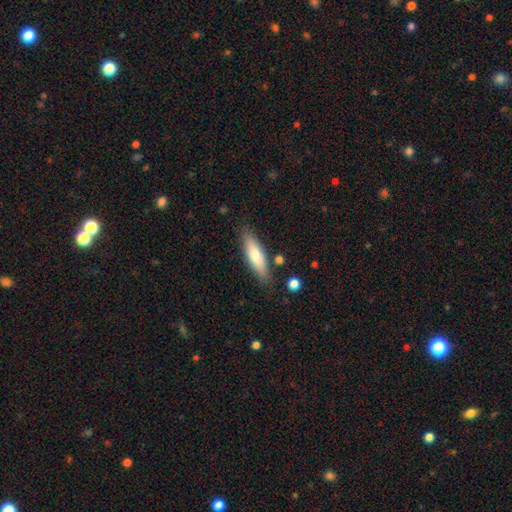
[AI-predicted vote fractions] Morphology: type=smooth (73%); roundness=cigar-shaped (64%); merging=none (82%).